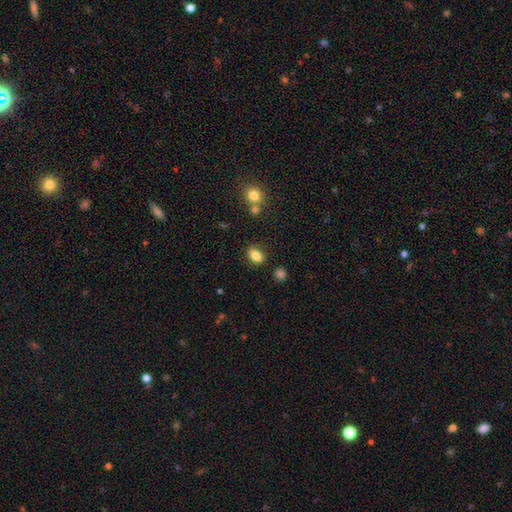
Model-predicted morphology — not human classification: smooth-or-featured: smooth: 83% | star or artifact: 9% | featured or disk: 8%
  how-rounded: in between: 79% | round: 19% | cigar-shaped: 2%
  merging: none: 81% | minor disturbance: 12% | merger: 4% | major disturbance: 3%